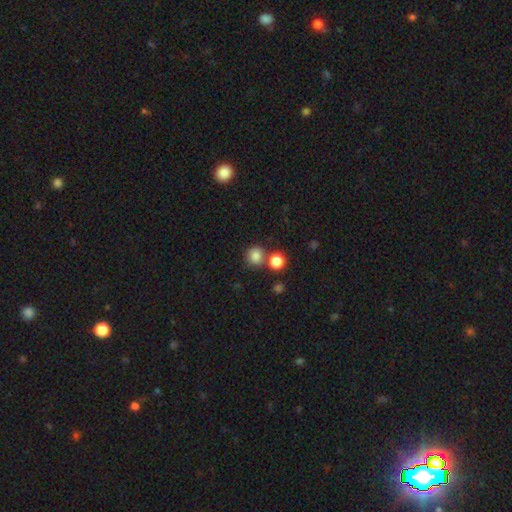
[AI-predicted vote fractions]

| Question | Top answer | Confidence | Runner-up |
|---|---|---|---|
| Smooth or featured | smooth | 82% | star or artifact (12%) |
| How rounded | round | 87% | in between (12%) |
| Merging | none | 66% | merger (22%) |